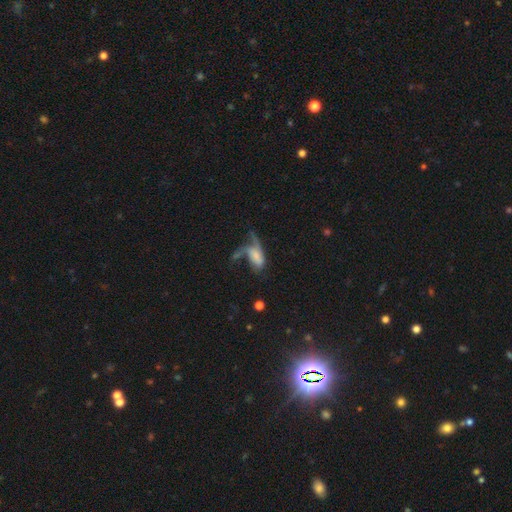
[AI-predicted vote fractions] The model was most divided on "smooth or featured": smooth: 46%, featured or disk: 44%, star or artifact: 11%. Remaining: merging — major disturbance (49%).